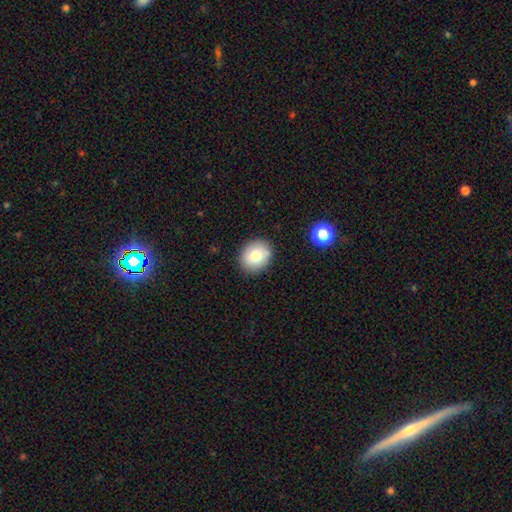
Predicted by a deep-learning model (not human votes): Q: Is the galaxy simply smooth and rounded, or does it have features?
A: smooth — 78%.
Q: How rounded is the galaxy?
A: round — 61%.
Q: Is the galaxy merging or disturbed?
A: none — 88%.